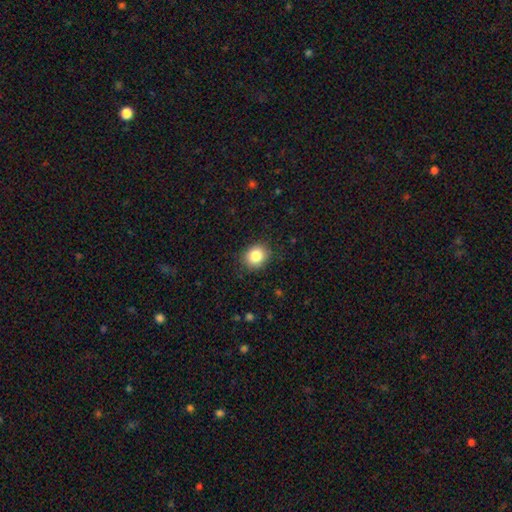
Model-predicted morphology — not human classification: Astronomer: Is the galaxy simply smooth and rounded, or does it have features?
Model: smooth — 84%.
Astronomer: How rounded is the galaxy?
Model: round — 66%.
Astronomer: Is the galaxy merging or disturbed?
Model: none — 87%.